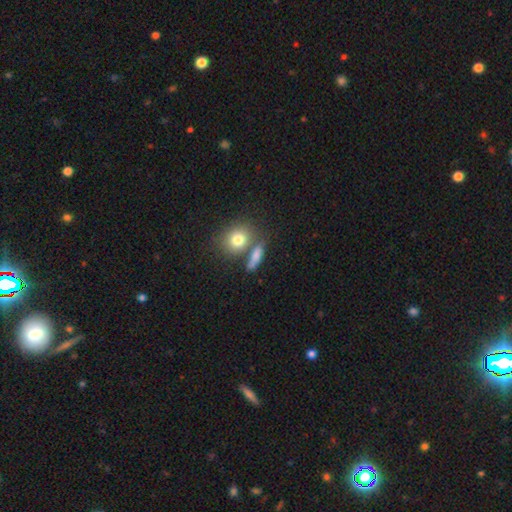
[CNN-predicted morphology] type=smooth (76%); roundness=in between (45%); merging=none (58%).